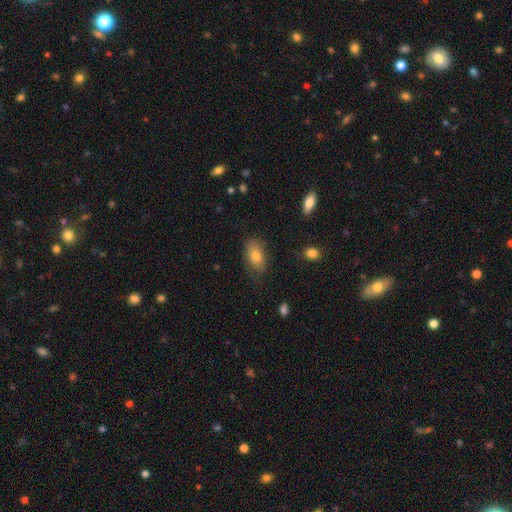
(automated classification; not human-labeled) Smooth or featured?
  - smooth: 76% *
  - featured or disk: 15%
  - star or artifact: 9%
How rounded?
  - in between: 90% *
  - round: 7%
  - cigar-shaped: 4%
Merging?
  - none: 72% *
  - minor disturbance: 21%
  - major disturbance: 5%
  - merger: 1%